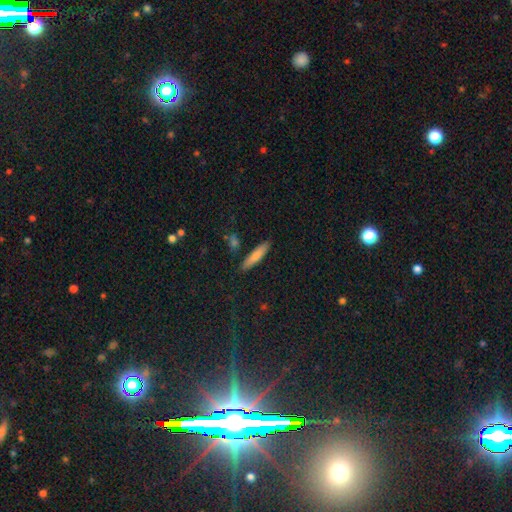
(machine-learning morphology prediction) Smooth or featured: smooth — 76% (featured or disk — 17%)
How rounded: cigar-shaped — 81% (in between — 17%)
Merging: none — 86% (minor disturbance — 9%)